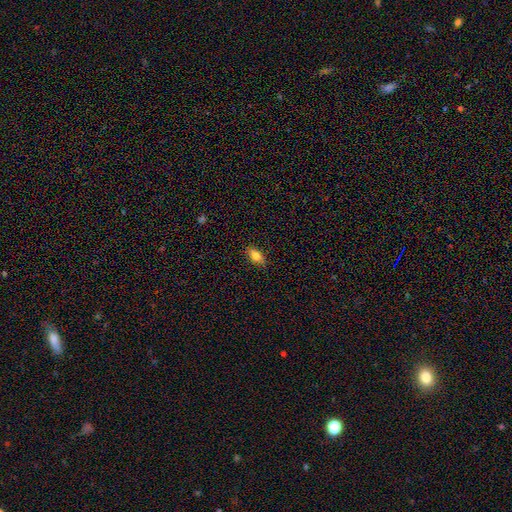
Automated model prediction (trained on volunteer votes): Smooth or featured? smooth (81%)
How rounded? in between (86%)
Merging? none (86%)